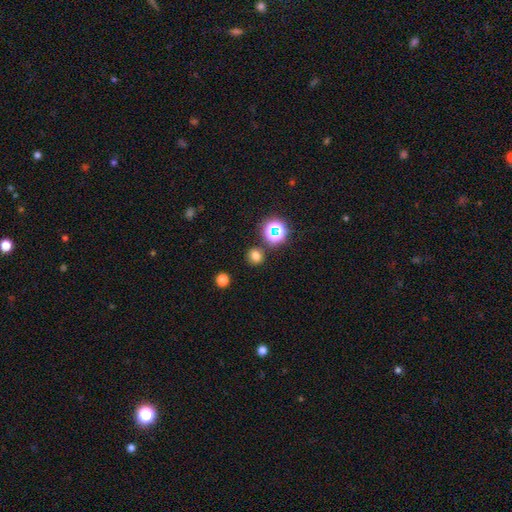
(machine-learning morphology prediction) Smooth or featured? Predicted: smooth (p=0.72). How rounded? Predicted: round (p=0.86). Merging? Predicted: none (p=0.85).